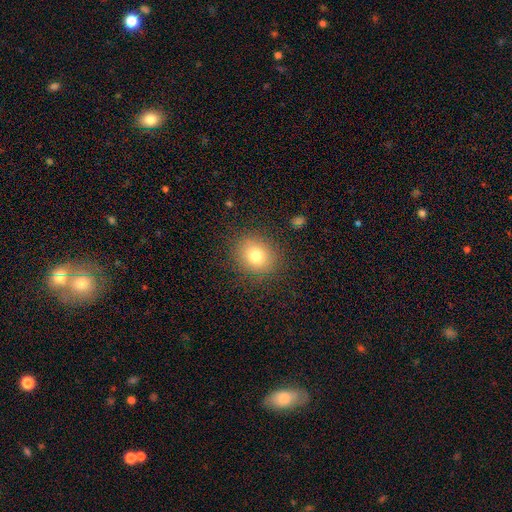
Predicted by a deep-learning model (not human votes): Smooth or featured?
  - smooth: 77% *
  - star or artifact: 12%
  - featured or disk: 11%
How rounded?
  - round: 73% *
  - in between: 26%
  - cigar-shaped: 1%
Merging?
  - none: 87% *
  - minor disturbance: 9%
  - major disturbance: 4%
  - merger: 1%